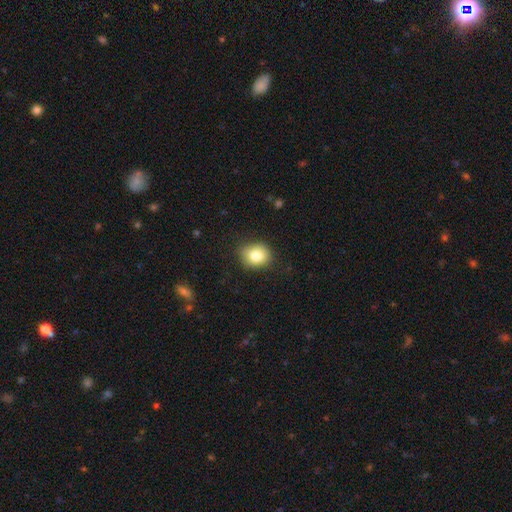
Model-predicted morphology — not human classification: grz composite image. It shows a smooth galaxy with no disk features (81%) that is round (60%). Merging: none (80%).